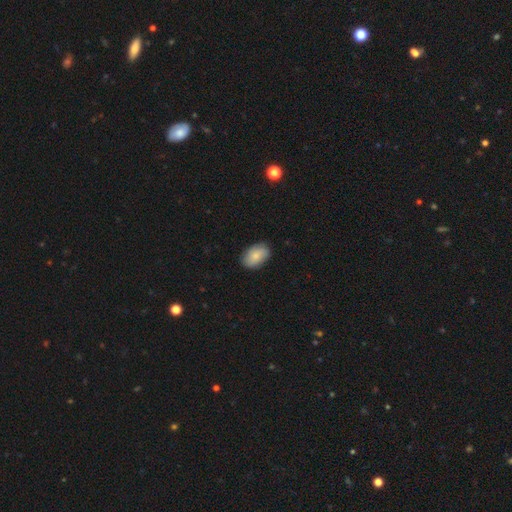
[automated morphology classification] Q: Smooth or featured?
A: smooth (79%); runner-up: featured or disk (14%)
Q: How rounded?
A: in between (89%); runner-up: round (9%)
Q: Merging?
A: none (83%); runner-up: minor disturbance (13%)